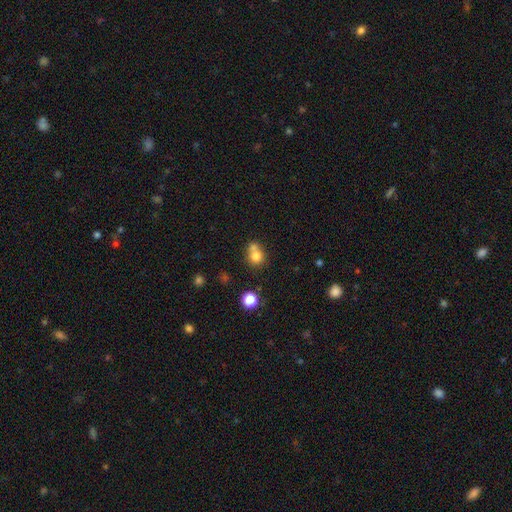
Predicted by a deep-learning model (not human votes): A smooth galaxy with no disk features (76%) that is round (78%). Merging: merger (47%).